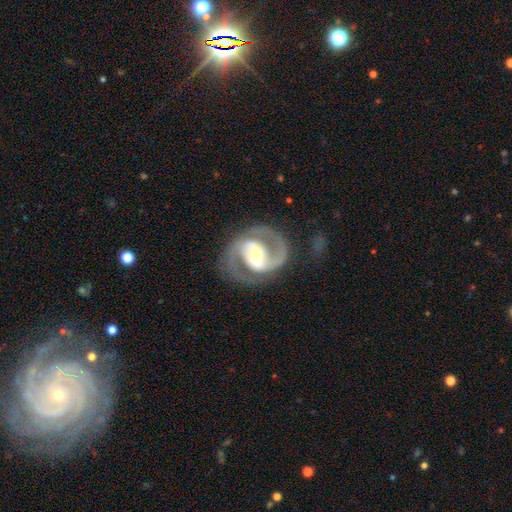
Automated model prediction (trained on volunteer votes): Smooth or featured?
  - featured or disk: 91% *
  - smooth: 5%
  - star or artifact: 4%
Edge-on disk?
  - no: 98% *
  - yes: 2%
Bar?
  - weak: 39% *
  - strong: 35%
  - no: 25%
Spiral arms?
  - yes: 97% *
  - no: 3%
Spiral winding?
  - medium: 59% *
  - tight: 28%
  - loose: 13%
Spiral arm count?
  - 2: 93% *
  - can't tell: 2%
  - 1: 2%
  - 3: 1%
  - 4: 1%
  - more than 4: 1%
Bulge size?
  - moderate: 65% *
  - small: 21%
  - large: 12%
  - dominant: 1%
  - none: 1%
Merging?
  - none: 82% *
  - minor disturbance: 11%
  - major disturbance: 6%
  - merger: 1%